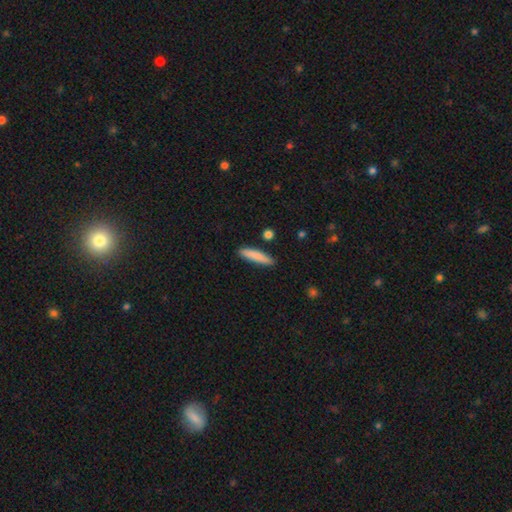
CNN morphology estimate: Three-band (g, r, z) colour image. It shows a smooth galaxy with no disk features (82%) that is cigar-shaped (85%). Merging: none (86%).